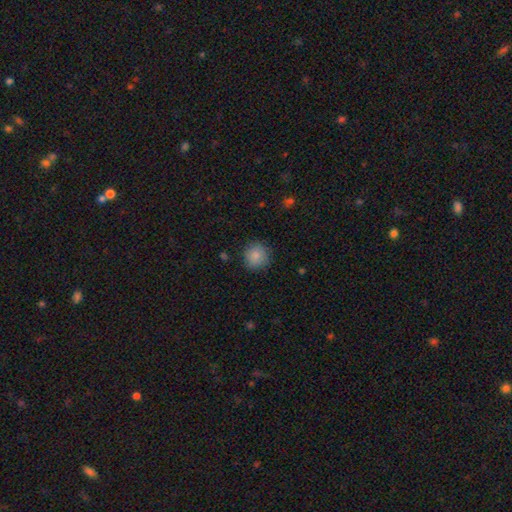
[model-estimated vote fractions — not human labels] Q: Smooth or featured?
A: smooth (86%); runner-up: star or artifact (9%)
Q: How rounded?
A: round (92%); runner-up: in between (7%)
Q: Merging?
A: none (87%); runner-up: minor disturbance (9%)